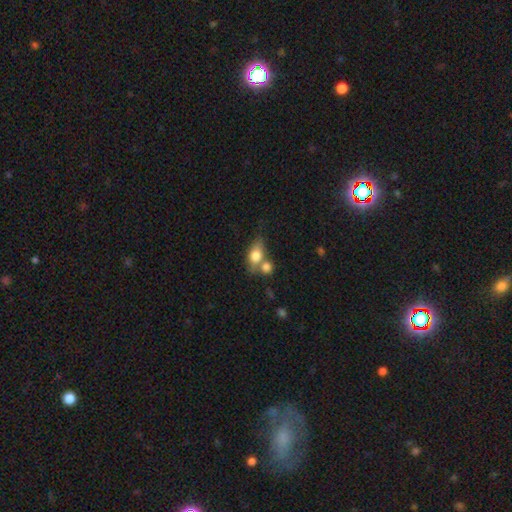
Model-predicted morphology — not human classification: smooth 76%, featured or disk 17%, star or artifact 7%. Down the decision tree: how rounded — in between (76%); merging — merger (44%).